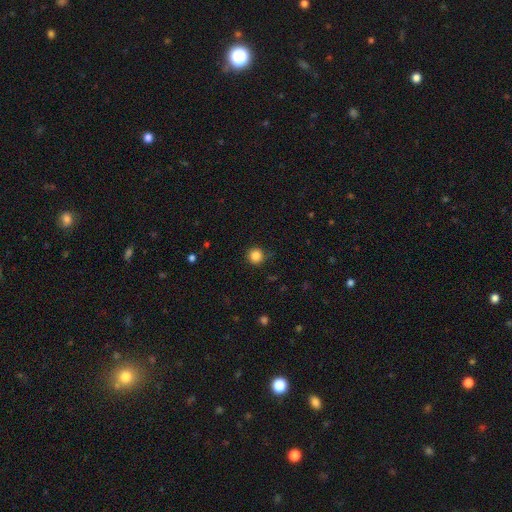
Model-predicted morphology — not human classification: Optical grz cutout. It shows a smooth galaxy with no disk features (84%) that is round (95%). Merging: none (87%).